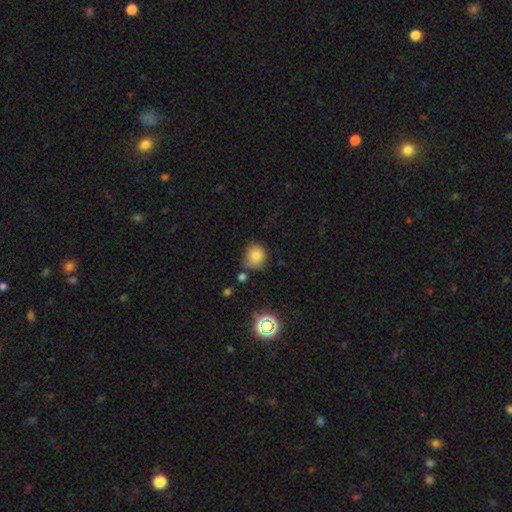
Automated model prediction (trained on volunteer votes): smooth 78%, star or artifact 14%, featured or disk 8%. Down the decision tree: how rounded — round (76%); merging — none (61%).